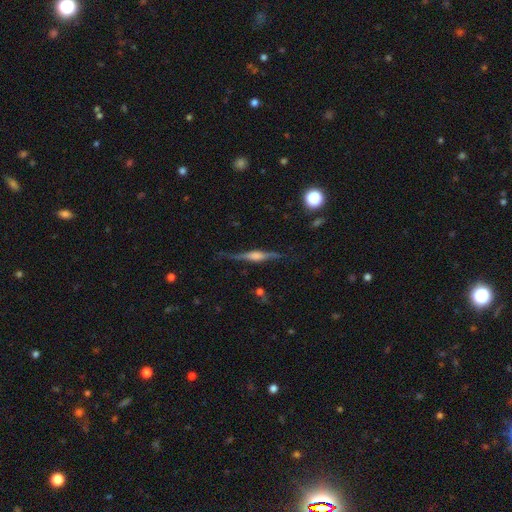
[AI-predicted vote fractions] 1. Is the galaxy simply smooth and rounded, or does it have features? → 82% featured or disk, 11% smooth, 6% star or artifact.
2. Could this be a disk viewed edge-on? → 97% yes, 3% no.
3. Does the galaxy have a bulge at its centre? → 73% rounded, 22% boxy, 5% none.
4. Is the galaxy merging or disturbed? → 83% none, 12% minor disturbance, 4% major disturbance, 1% merger.